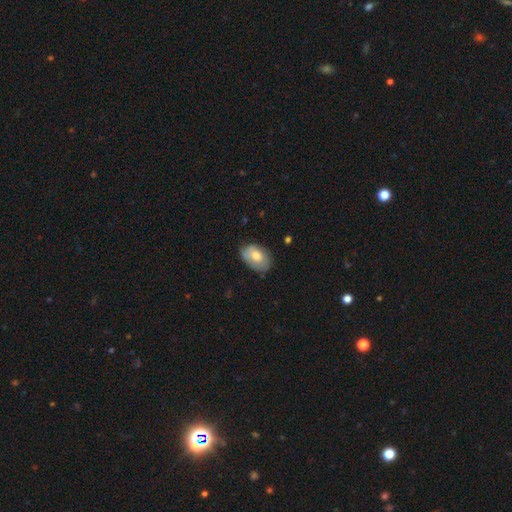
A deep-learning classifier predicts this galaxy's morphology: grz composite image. It shows a smooth galaxy with no disk features (73%) that is in between round and cigar-shaped (88%). Merging: none (70%).